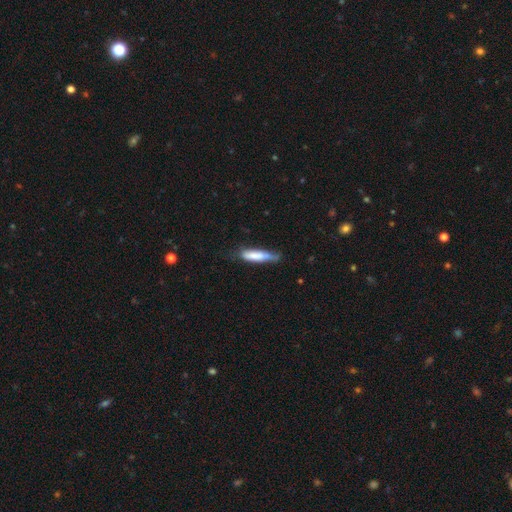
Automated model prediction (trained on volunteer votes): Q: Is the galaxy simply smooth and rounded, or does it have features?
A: smooth — 72%.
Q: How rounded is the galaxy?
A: cigar-shaped — 74%.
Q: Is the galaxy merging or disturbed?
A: none — 46%.